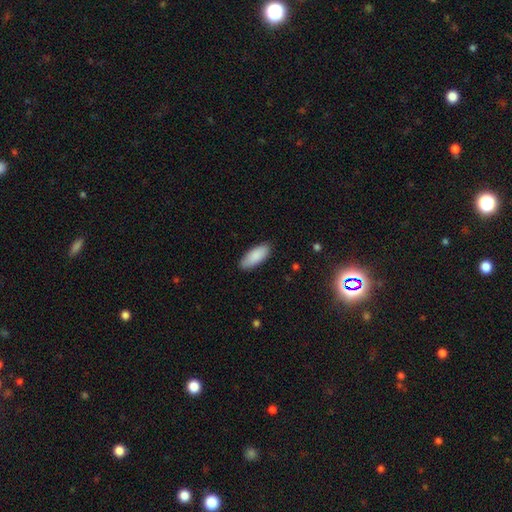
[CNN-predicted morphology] This appears to be a smooth galaxy with no disk features (90%) that is in between round and cigar-shaped (81%). Merging: none (88%).